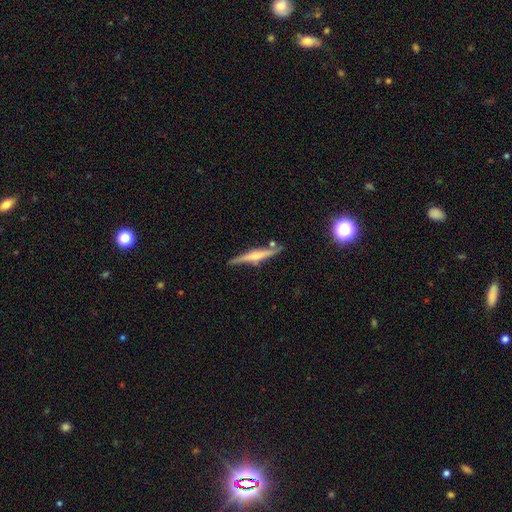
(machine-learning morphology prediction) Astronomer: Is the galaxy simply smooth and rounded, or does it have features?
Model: featured or disk — 64%.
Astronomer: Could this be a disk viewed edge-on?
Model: yes — 97%.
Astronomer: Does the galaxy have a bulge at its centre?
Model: rounded — 70%.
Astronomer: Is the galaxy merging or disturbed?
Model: none — 79%.